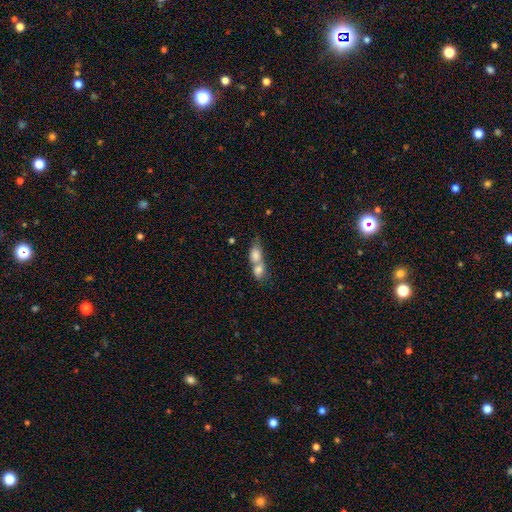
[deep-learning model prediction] smooth 75%, featured or disk 17%, star or artifact 8%. Down the decision tree: how rounded — in between (68%); merging — merger (78%).